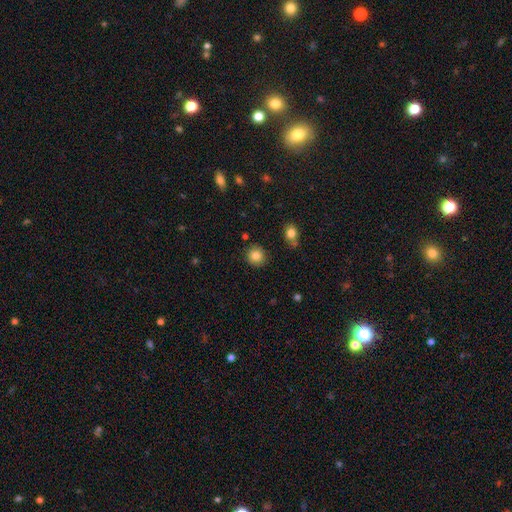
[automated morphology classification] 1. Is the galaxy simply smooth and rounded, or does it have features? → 83% smooth, 10% star or artifact, 7% featured or disk.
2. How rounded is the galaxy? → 90% round, 9% in between, 1% cigar-shaped.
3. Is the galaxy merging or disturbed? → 87% none, 8% minor disturbance, 2% merger, 2% major disturbance.